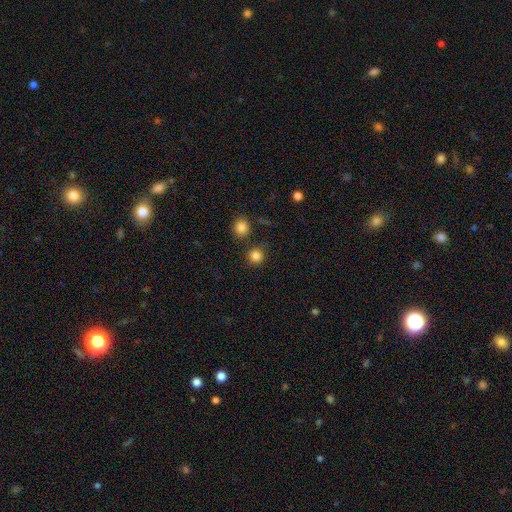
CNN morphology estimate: A smooth galaxy with no disk features (83%) that is round (92%). Merging: none (80%).